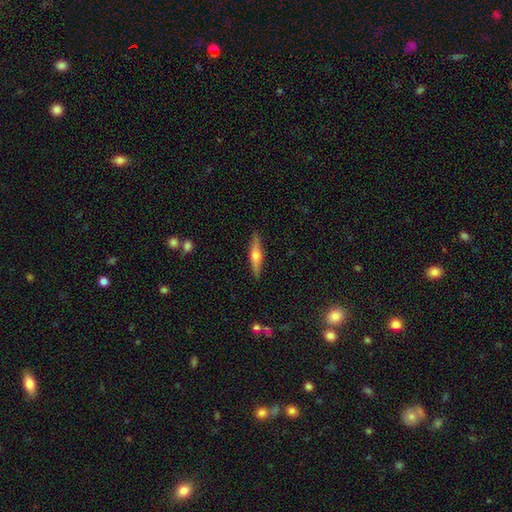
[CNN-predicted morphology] smooth-or-featured: featured or disk: 62% | smooth: 32% | star or artifact: 6%
  disk-edge-on: yes: 97% | no: 3%
    edge-on-bulge: rounded: 92% | boxy: 5% | none: 3%
  merging: none: 90% | minor disturbance: 7% | major disturbance: 2% | merger: 1%